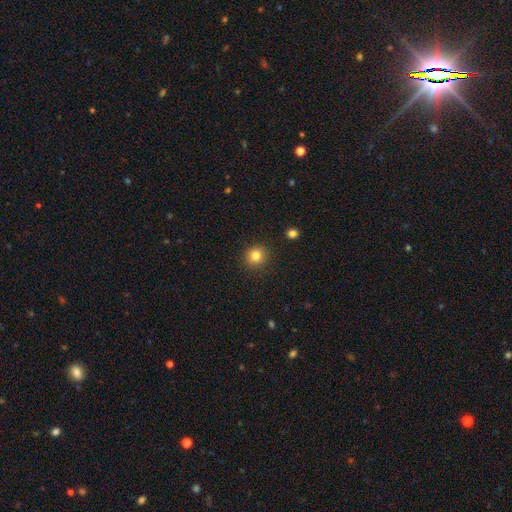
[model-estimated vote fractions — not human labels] Smooth or featured: smooth — 83% (star or artifact — 12%)
How rounded: round — 92% (in between — 7%)
Merging: none — 91% (minor disturbance — 5%)